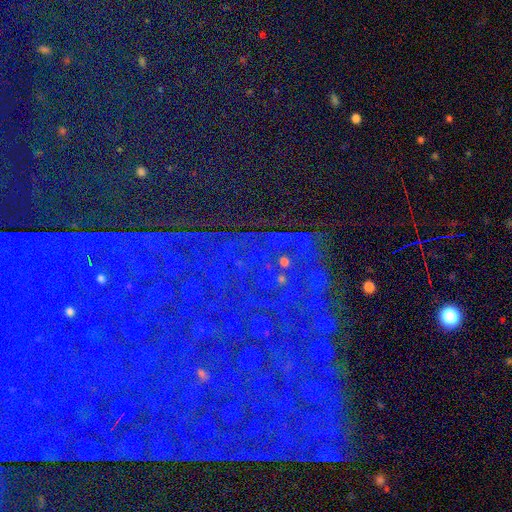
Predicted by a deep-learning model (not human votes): Q: Smooth or featured?
A: star or artifact (86%); runner-up: featured or disk (7%)